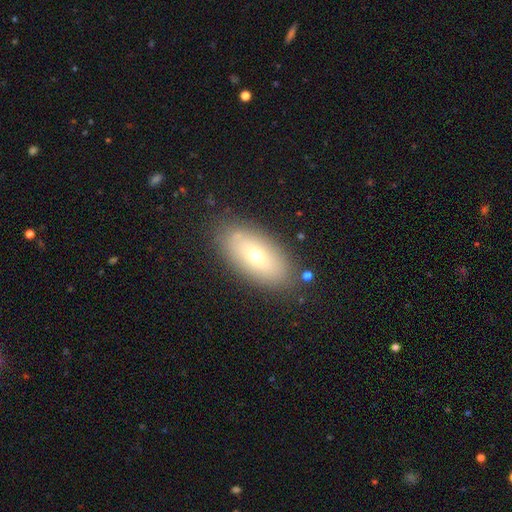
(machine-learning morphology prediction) Overall: smooth (62%; featured or disk 28%). How rounded: in between (86%). Merging: none (83%).